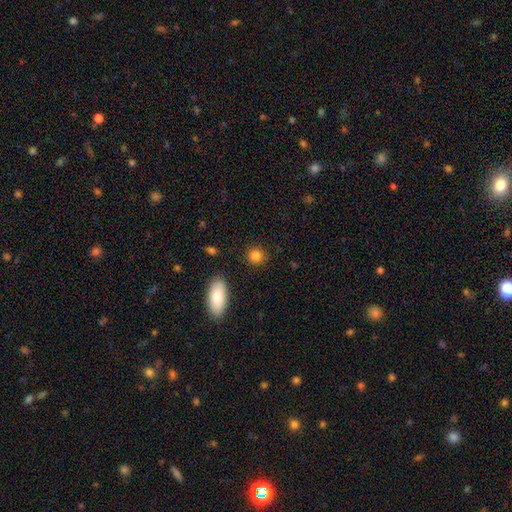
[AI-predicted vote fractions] Overall: smooth (85%). How rounded: round (84%). Merging: none (88%).